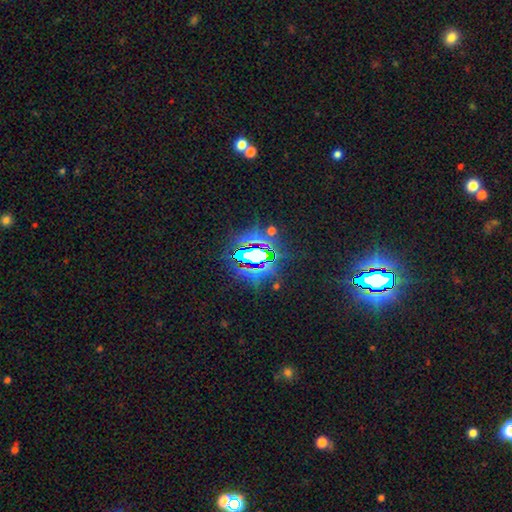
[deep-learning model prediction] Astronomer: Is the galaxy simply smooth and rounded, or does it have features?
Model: star or artifact — 74%.